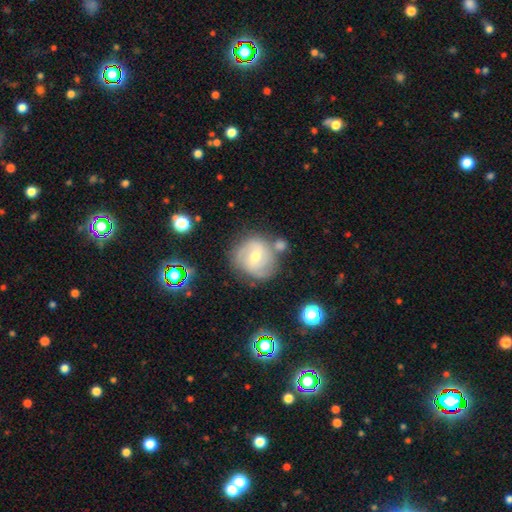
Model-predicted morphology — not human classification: Smooth or featured? featured or disk (66%)
Edge-on disk? no (97%)
Bar? weak (50%)
Spiral arms? yes (87%)
Spiral winding? tight (44%)
Spiral arm count? 2 (58%)
Bulge size? moderate (63%)
Merging? none (64%)